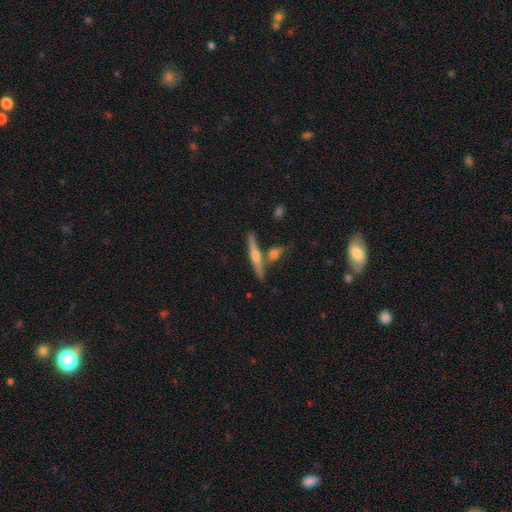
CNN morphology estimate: type=featured or disk (64%); edge-on=yes (97%); edge-on bulge=rounded (85%); merging=none (75%).